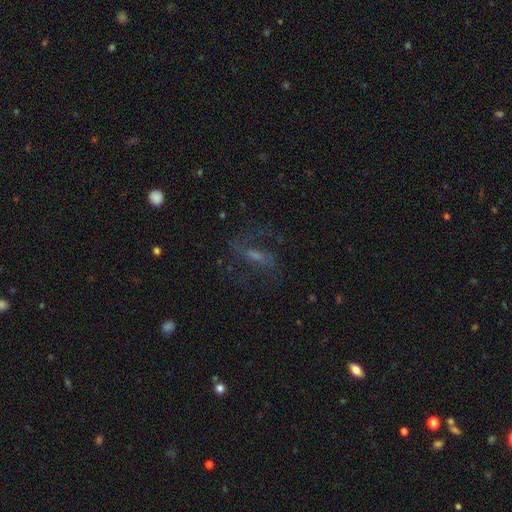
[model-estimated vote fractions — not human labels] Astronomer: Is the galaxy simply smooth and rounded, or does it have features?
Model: featured or disk — 62%.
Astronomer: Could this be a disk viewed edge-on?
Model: no — 90%.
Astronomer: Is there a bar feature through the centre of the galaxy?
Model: weak — 44% (runner-up: no, 29%).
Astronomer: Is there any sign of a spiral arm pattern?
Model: yes — 83%.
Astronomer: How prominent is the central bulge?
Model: small — 35% (runner-up: moderate, 34%).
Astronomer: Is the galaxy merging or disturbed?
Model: none — 62%.